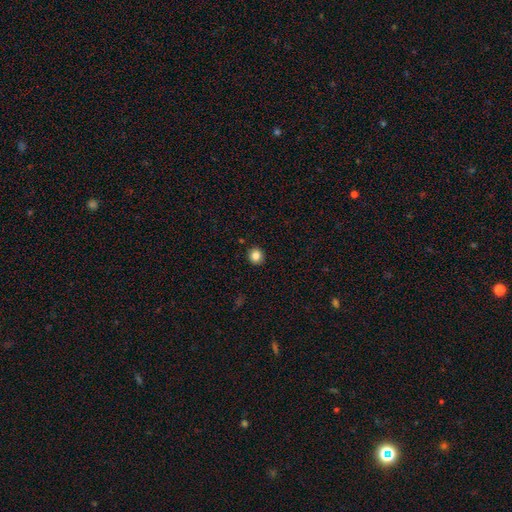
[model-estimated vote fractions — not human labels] A smooth galaxy with no disk features (85%) that is round (85%).

Vote fractions:
- Smooth or featured? smooth: 85% / star or artifact: 11% / featured or disk: 5%
- How rounded? round: 85% / in between: 14% / cigar-shaped: 1%
- Merging? none: 92% / minor disturbance: 6% / major disturbance: 2% / merger: 1%